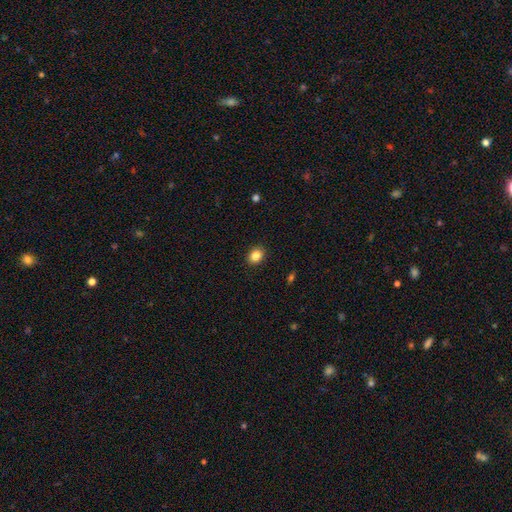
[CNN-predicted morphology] A smooth galaxy with no disk features (85%) that is in between round and cigar-shaped (51%). Merging: none (91%).